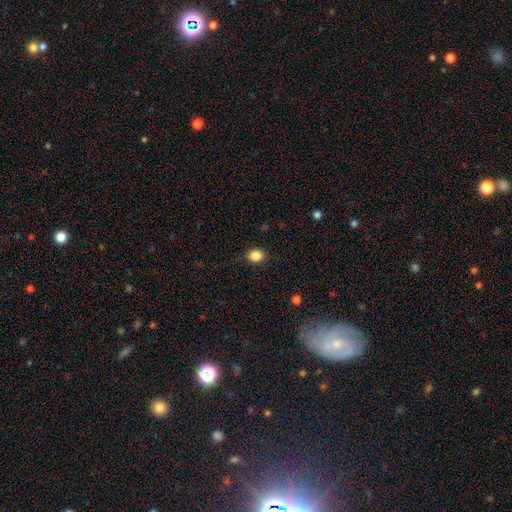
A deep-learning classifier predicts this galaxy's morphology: smooth-or-featured: smooth: 87% | star or artifact: 10% | featured or disk: 4%
  how-rounded: round: 54% | in between: 45% | cigar-shaped: 1%
  merging: none: 88% | minor disturbance: 9% | major disturbance: 2% | merger: 1%